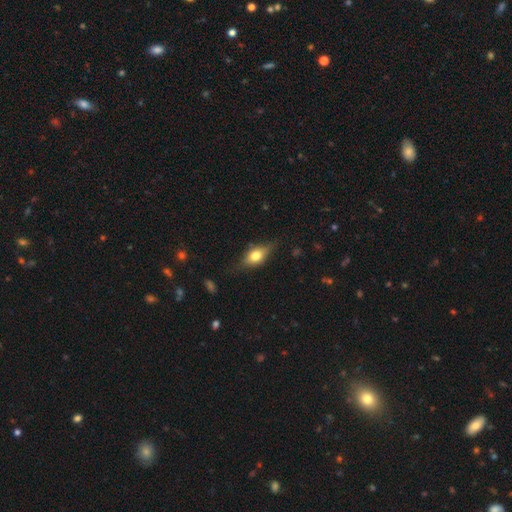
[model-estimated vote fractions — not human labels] smooth 59%, featured or disk 34%, star or artifact 8%. Down the decision tree: how rounded — in between (76%); merging — none (74%).